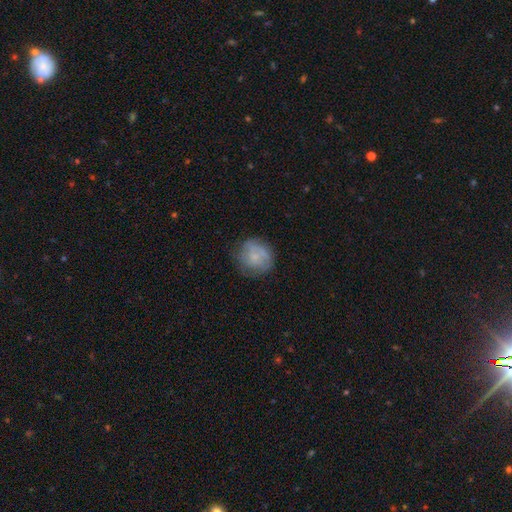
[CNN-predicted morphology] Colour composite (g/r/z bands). It shows a smooth galaxy with no disk features (57%) that is round (84%). Merging: none (65%).